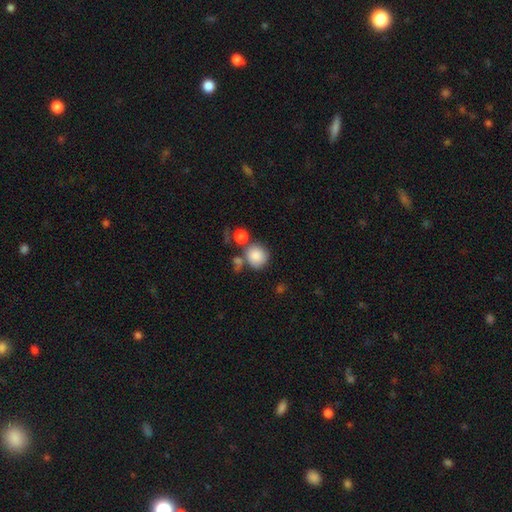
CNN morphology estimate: Q: Smooth or featured?
A: smooth (84%); runner-up: star or artifact (9%)
Q: How rounded?
A: round (88%); runner-up: in between (11%)
Q: Merging?
A: none (59%); runner-up: merger (21%)